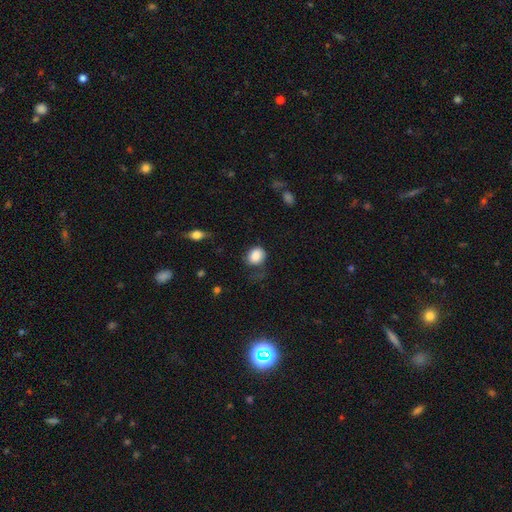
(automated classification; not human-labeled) Morphology: type=smooth (84%); roundness=round (55%); merging=none (45%).